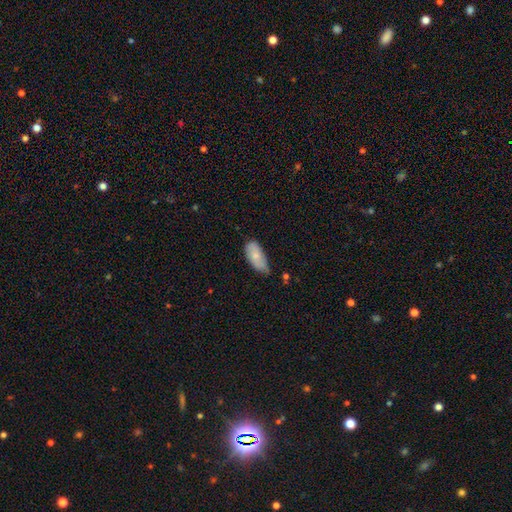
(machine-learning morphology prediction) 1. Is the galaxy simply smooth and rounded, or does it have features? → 77% smooth, 17% featured or disk, 6% star or artifact.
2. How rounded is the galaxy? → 92% in between, 6% cigar-shaped, 2% round.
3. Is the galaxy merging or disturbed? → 46% none, 43% minor disturbance, 8% major disturbance, 3% merger.